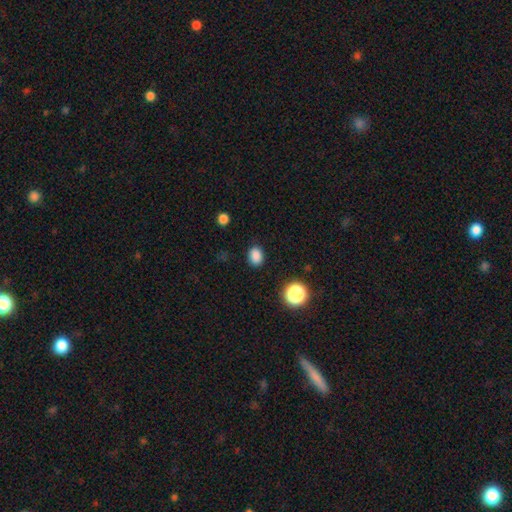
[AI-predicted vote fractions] Q: Smooth or featured?
A: smooth (85%); runner-up: star or artifact (12%)
Q: How rounded?
A: in between (62%); runner-up: round (37%)
Q: Merging?
A: none (87%); runner-up: minor disturbance (9%)